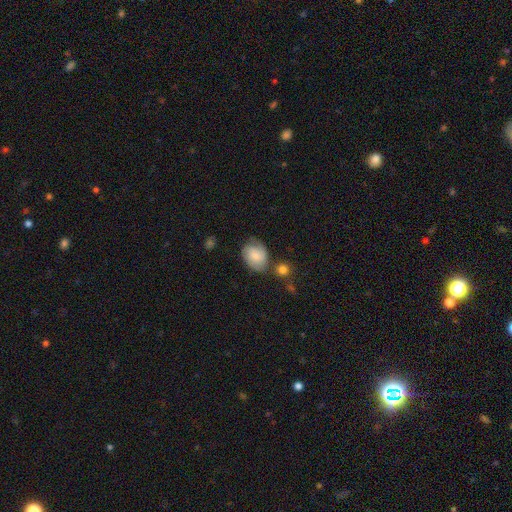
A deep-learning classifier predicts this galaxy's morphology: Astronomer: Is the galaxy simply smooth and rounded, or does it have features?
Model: smooth — 58% (runner-up: featured or disk, 34%).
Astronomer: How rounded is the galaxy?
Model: in between — 67%.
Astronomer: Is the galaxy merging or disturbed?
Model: none — 56%.